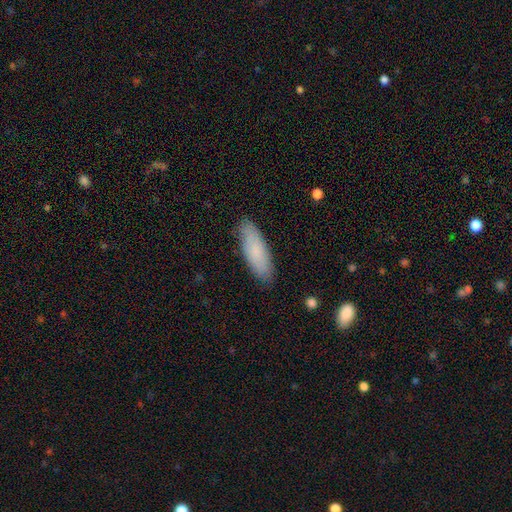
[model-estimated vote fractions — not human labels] Smooth or featured? smooth (79%)
How rounded? in between (60%)
Merging? none (82%)